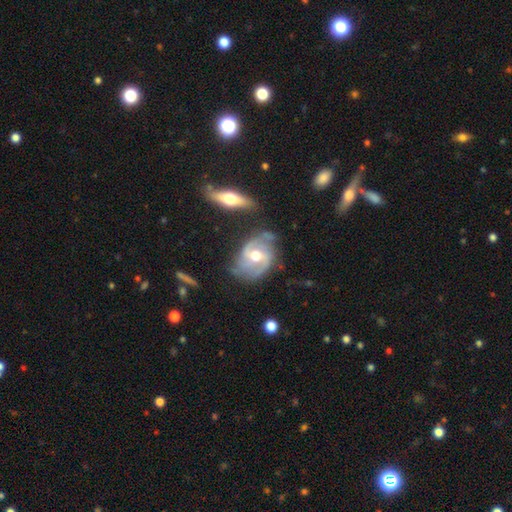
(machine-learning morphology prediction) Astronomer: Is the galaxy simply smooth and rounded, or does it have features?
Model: featured or disk — 84%.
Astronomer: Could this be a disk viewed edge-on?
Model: no — 96%.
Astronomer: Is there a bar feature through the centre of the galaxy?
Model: weak — 43% (runner-up: no, 41%).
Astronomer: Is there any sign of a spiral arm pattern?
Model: yes — 93%.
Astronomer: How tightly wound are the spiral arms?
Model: medium — 48% (runner-up: loose, 27%).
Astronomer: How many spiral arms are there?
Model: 2 — 74%.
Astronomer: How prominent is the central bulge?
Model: moderate — 78%.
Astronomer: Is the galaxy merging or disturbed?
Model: none — 60%.